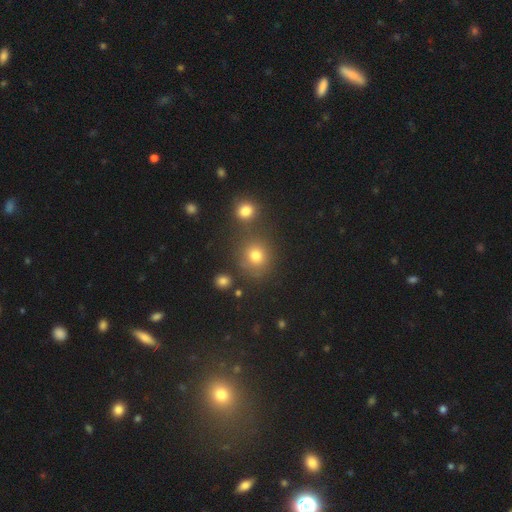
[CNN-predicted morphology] This is likely a smooth galaxy (75%). How rounded: clearly round (86%). Merging: likely none (73%).